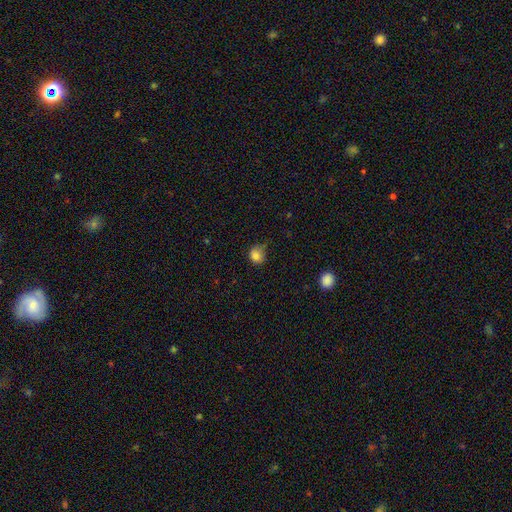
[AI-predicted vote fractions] smooth 83%, star or artifact 11%, featured or disk 6%. Down the decision tree: how rounded — round (72%); merging — none (54%).